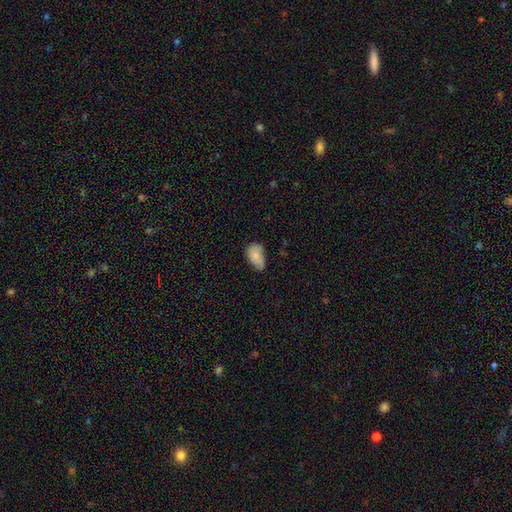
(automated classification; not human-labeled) Overall: smooth (82%). How rounded: in between (91%). Merging: minor disturbance (46%; none 42%).